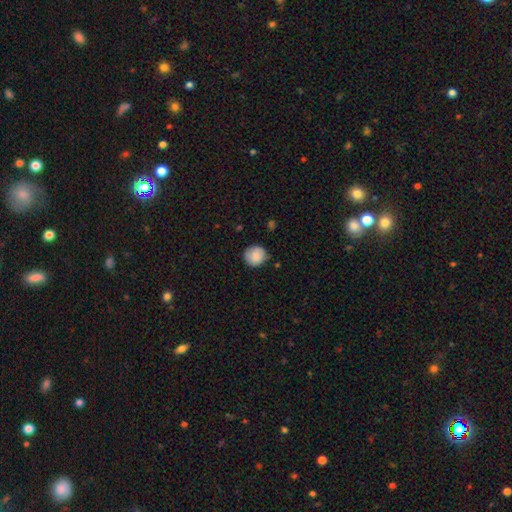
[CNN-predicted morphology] Overall: smooth (86%). How rounded: round (90%). Merging: none (82%).